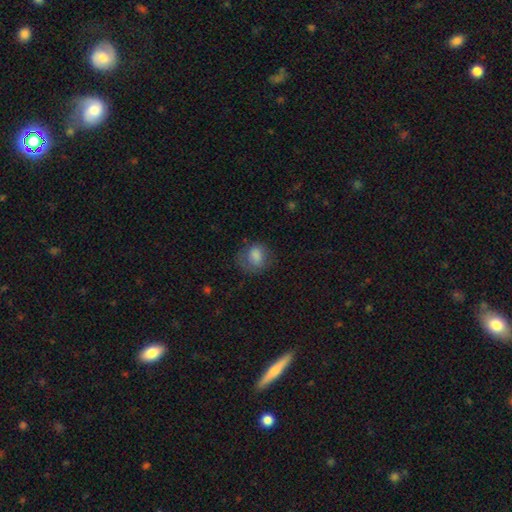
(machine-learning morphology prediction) Smooth or featured: smooth — 77% (featured or disk — 14%)
How rounded: round — 58% (in between — 41%)
Merging: none — 52% (minor disturbance — 26%)